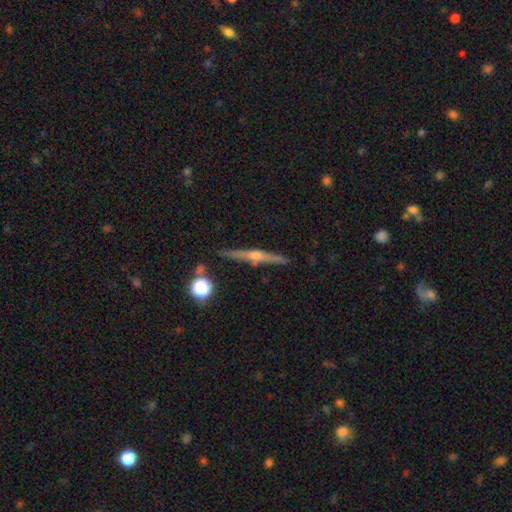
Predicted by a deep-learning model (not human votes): Q: Smooth or featured?
A: featured or disk (82%); runner-up: smooth (11%)
Q: Edge-on disk?
A: yes (98%); runner-up: no (2%)
Q: Edge-on bulge?
A: rounded (92%); runner-up: none (4%)
Q: Merging?
A: none (91%); runner-up: minor disturbance (6%)